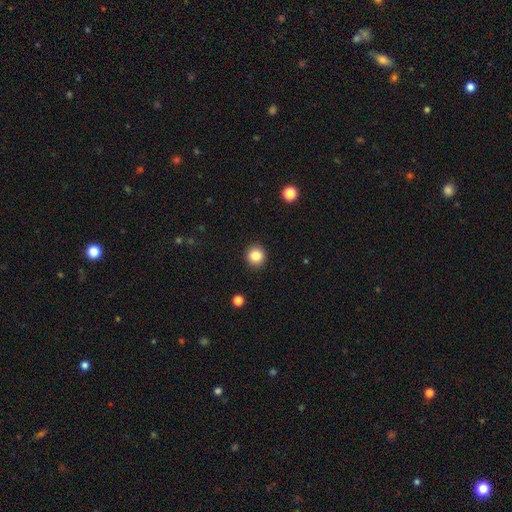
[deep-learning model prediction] The model was most divided on "smooth or featured": smooth: 85%, star or artifact: 10%, featured or disk: 5%. More confident: merging — none (92%); how rounded — round (92%).